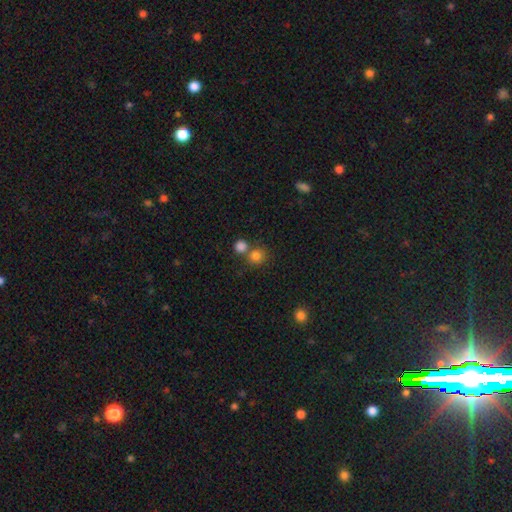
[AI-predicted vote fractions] Smooth or featured?
  - smooth: 81% *
  - star or artifact: 13%
  - featured or disk: 6%
How rounded?
  - round: 89% *
  - in between: 10%
  - cigar-shaped: 1%
Merging?
  - none: 61% *
  - merger: 29%
  - minor disturbance: 7%
  - major disturbance: 3%